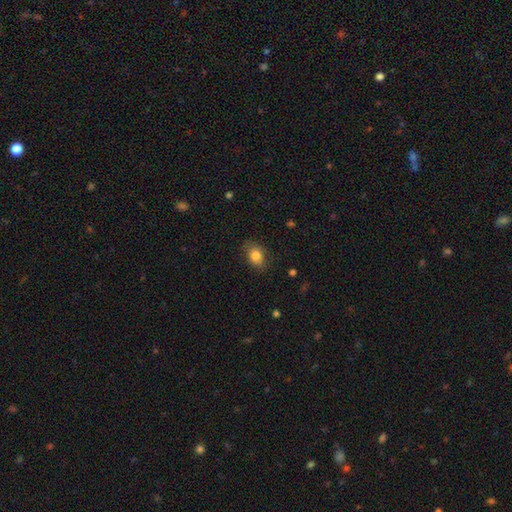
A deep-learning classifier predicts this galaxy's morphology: Smooth or featured: smooth — 83% (star or artifact — 9%)
How rounded: in between — 73% (round — 26%)
Merging: none — 79% (minor disturbance — 16%)